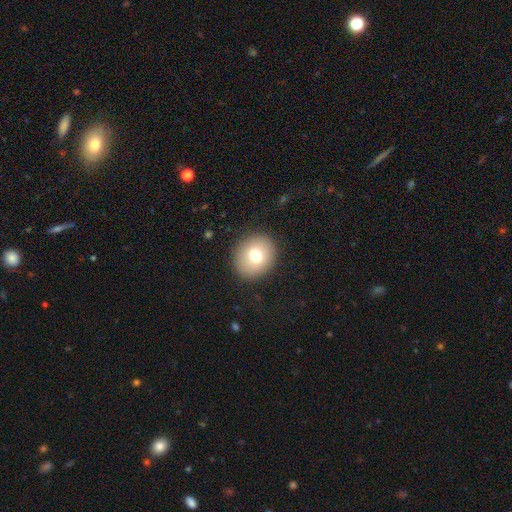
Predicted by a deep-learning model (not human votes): A smooth galaxy with no disk features (74%) that is round (69%). Merging: none (89%).